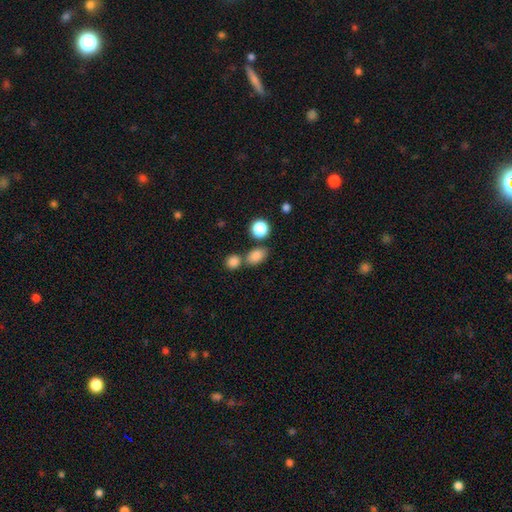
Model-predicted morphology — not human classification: smooth_or_featured: smooth (p=0.84) [alt: star or artifact p=0.11]
how_rounded: in between (p=0.72) [alt: round p=0.26]
merging: none (p=0.64) [alt: merger p=0.22]